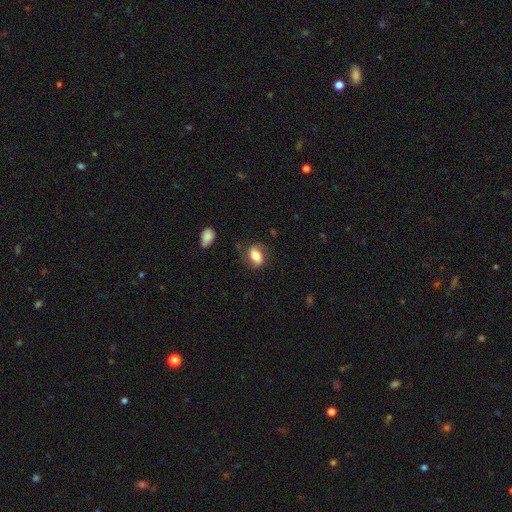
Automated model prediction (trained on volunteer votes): This is likely a smooth galaxy (64%). How rounded: clearly in between (81%). Merging: likely none (67%).